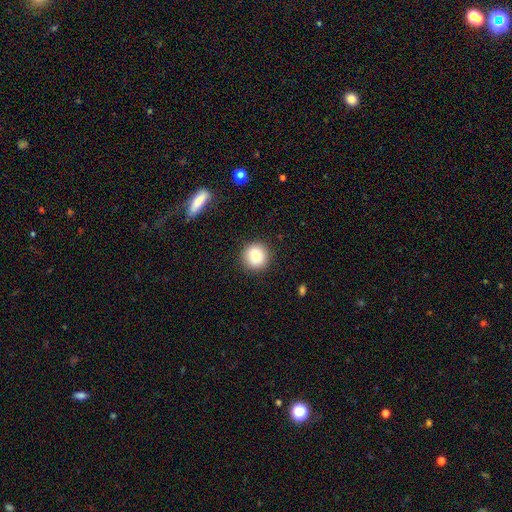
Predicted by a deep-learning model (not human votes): Q: Smooth or featured?
A: smooth (83%); runner-up: star or artifact (9%)
Q: How rounded?
A: round (94%); runner-up: in between (5%)
Q: Merging?
A: none (90%); runner-up: minor disturbance (6%)